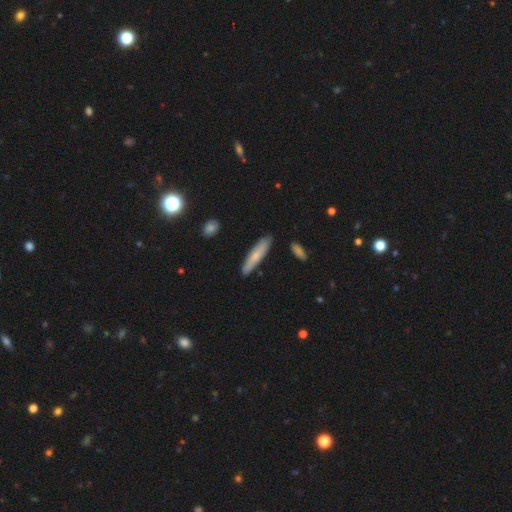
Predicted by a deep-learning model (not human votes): smooth_or_featured: smooth (p=0.65) [alt: featured or disk p=0.28]
how_rounded: cigar-shaped (p=0.86) [alt: in between p=0.13]
merging: none (p=0.84) [alt: minor disturbance p=0.12]